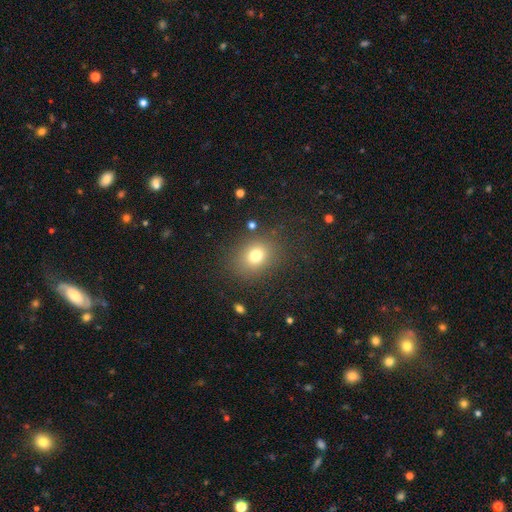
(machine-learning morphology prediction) Smooth or featured? Predicted: smooth (p=0.76). How rounded? Predicted: round (p=0.56). Merging? Predicted: none (p=0.82).